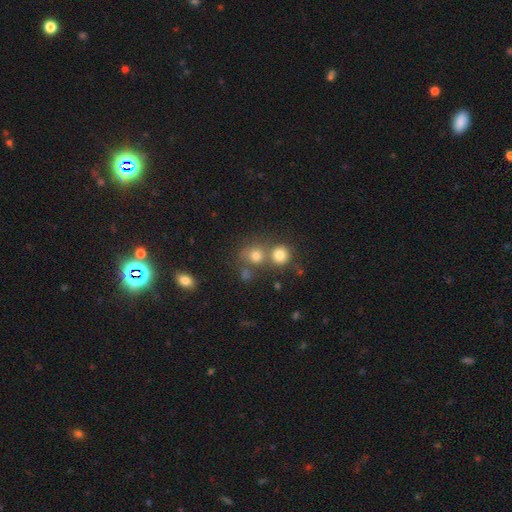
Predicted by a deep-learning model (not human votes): This appears to be a smooth galaxy with no disk features (75%) that is round (82%). Merging: none (49%).